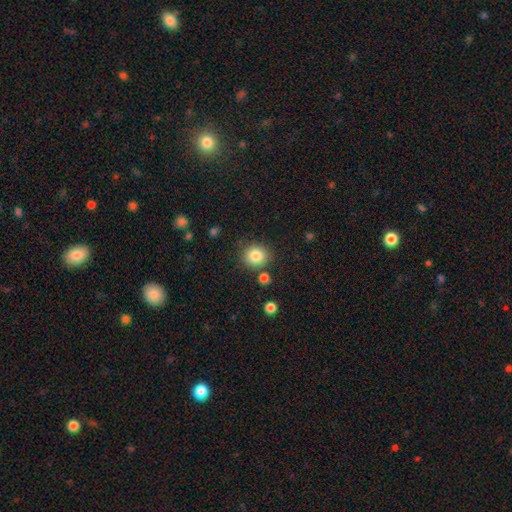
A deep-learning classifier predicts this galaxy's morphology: A smooth galaxy with no disk features (83%) that is round (84%). Merging: none (81%).